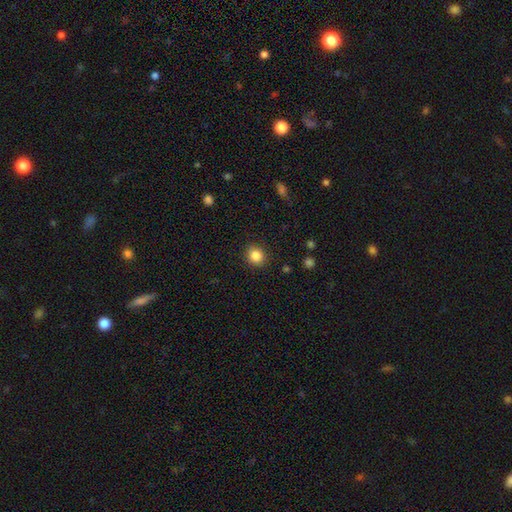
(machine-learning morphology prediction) smooth 85%, star or artifact 11%, featured or disk 4%. Down the decision tree: how rounded — round (83%); merging — none (90%).